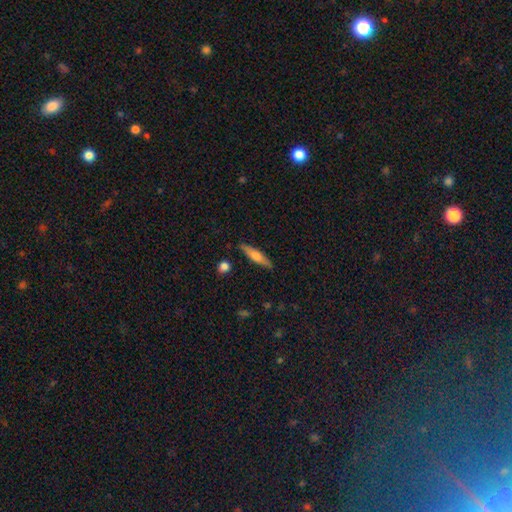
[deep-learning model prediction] This appears to be a smooth galaxy with no disk features (49%). Merging: none (87%).